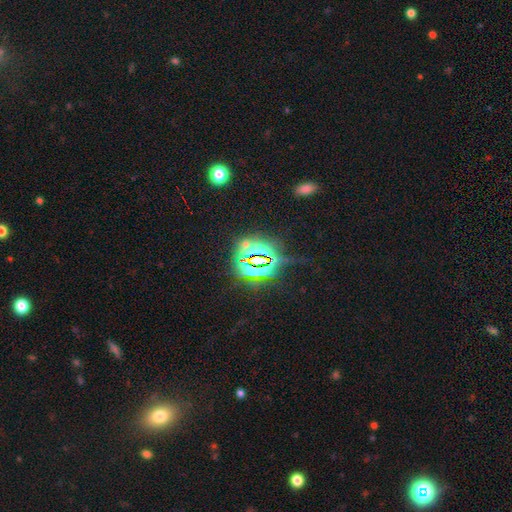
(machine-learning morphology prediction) Smooth or featured? Predicted: star or artifact (p=0.83).